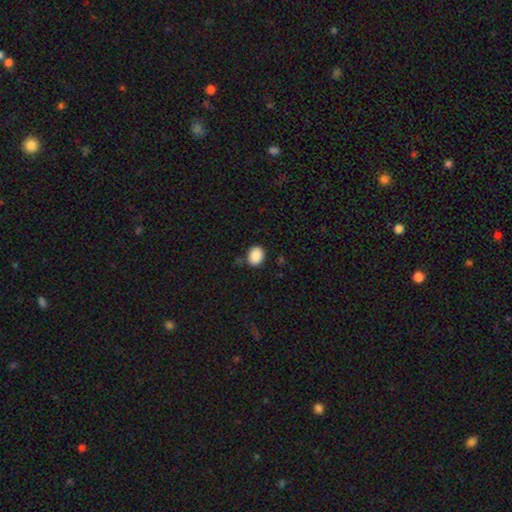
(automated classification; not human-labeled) This appears to be a smooth galaxy with no disk features (89%) that is in between round and cigar-shaped (55%). Merging: none (84%).